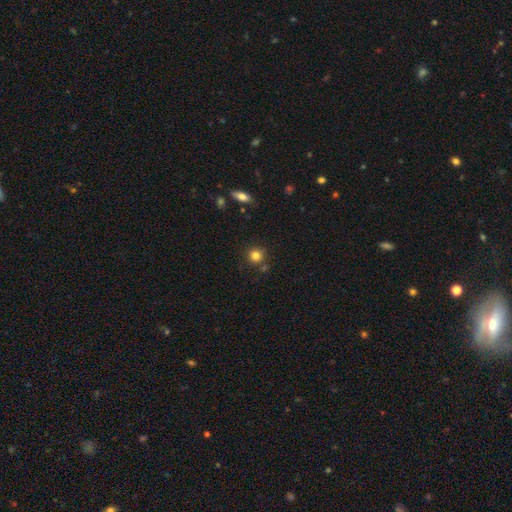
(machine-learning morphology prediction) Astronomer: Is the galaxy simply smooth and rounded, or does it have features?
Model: smooth — 82%.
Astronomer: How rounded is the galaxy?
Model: round — 91%.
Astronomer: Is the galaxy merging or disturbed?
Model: none — 79%.